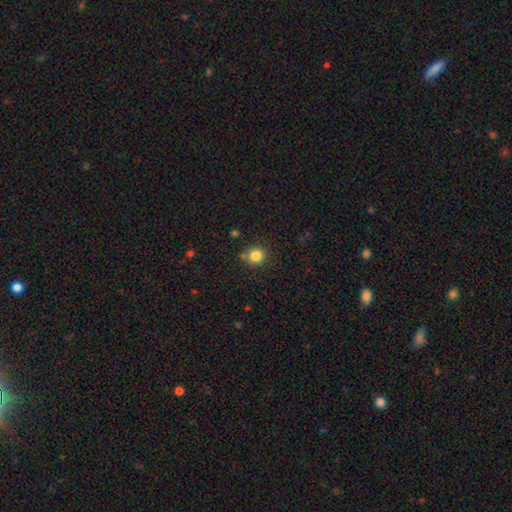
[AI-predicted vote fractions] Morphology: type=smooth (83%); roundness=round (91%); merging=none (81%).